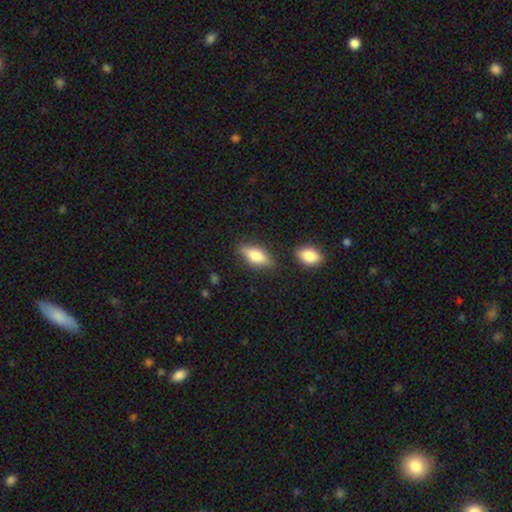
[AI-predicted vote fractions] Smooth or featured?
  - smooth: 66% *
  - featured or disk: 27%
  - star or artifact: 7%
How rounded?
  - in between: 73% *
  - cigar-shaped: 24%
  - round: 4%
Merging?
  - none: 81% *
  - minor disturbance: 12%
  - merger: 4%
  - major disturbance: 3%